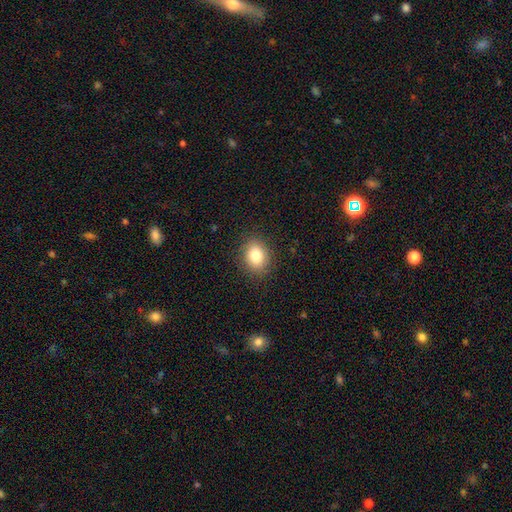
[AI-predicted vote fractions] Smooth or featured?
  - smooth: 83% *
  - star or artifact: 10%
  - featured or disk: 8%
How rounded?
  - in between: 53% *
  - round: 46%
  - cigar-shaped: 1%
Merging?
  - none: 87% *
  - minor disturbance: 9%
  - major disturbance: 3%
  - merger: 1%